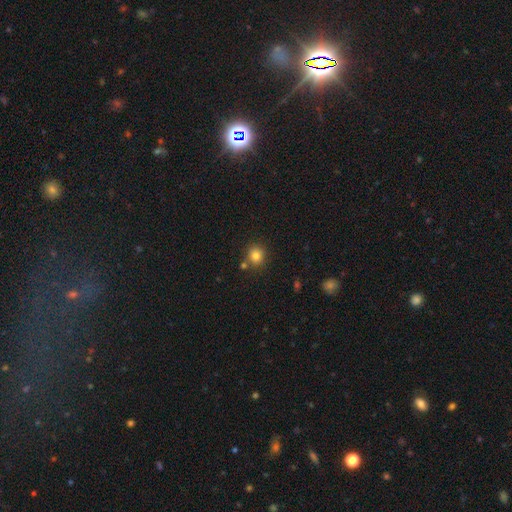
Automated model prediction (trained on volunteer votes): smooth_or_featured: smooth (p=0.81) [alt: star or artifact p=0.12]
how_rounded: round (p=0.88) [alt: in between p=0.11]
merging: none (p=0.77) [alt: merger p=0.11]